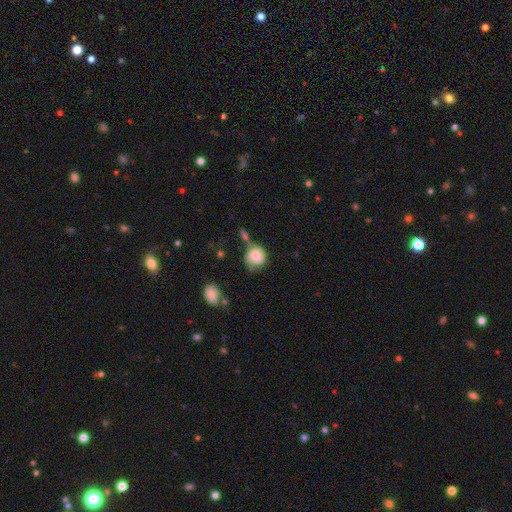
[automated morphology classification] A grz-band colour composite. It shows a smooth galaxy with no disk features (62%) that is round (72%). Merging: none (35%).